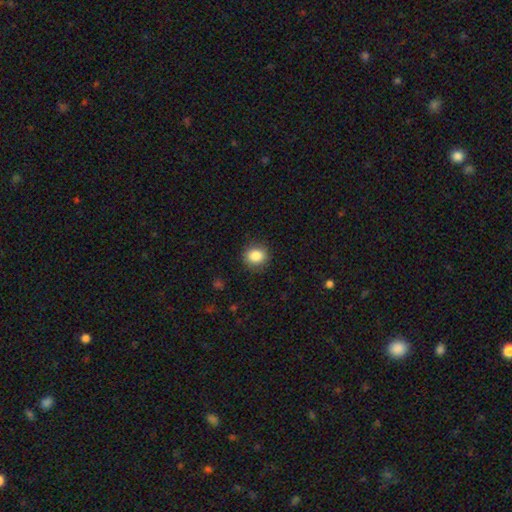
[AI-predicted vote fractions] Overall: smooth (86%). How rounded: round (74%). Merging: none (87%).